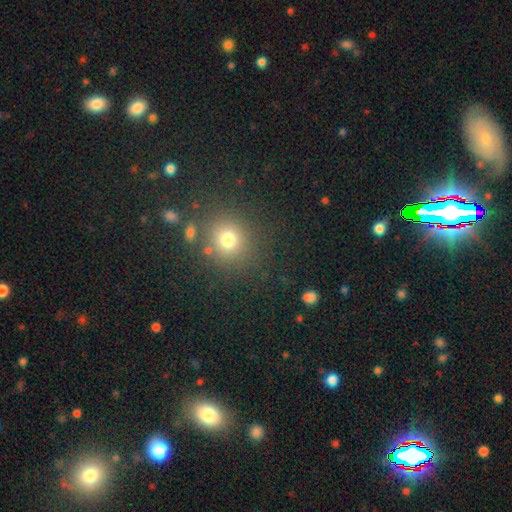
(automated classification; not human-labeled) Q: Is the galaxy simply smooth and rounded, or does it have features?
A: smooth — 58%.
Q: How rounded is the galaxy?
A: round — 89%.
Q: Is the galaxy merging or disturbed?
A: none — 85%.